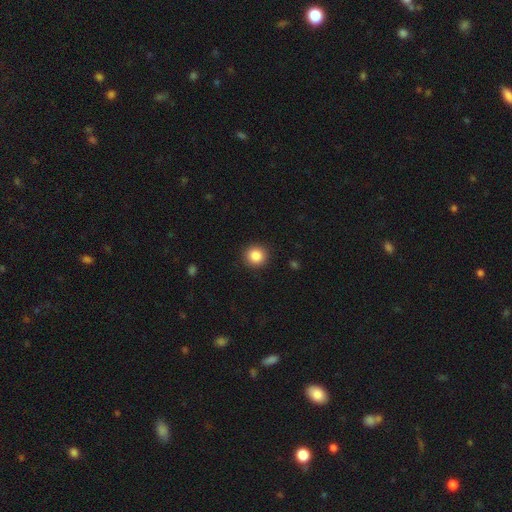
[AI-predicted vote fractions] Smooth or featured: smooth — 87% (star or artifact — 10%)
How rounded: round — 92% (in between — 7%)
Merging: none — 92% (minor disturbance — 5%)